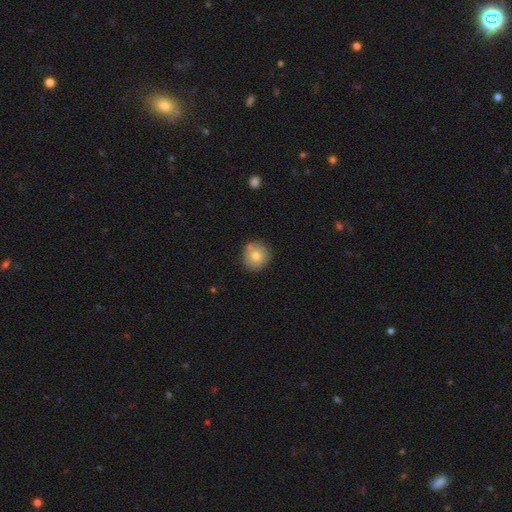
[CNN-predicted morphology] Smooth or featured? smooth (76%)
How rounded? round (93%)
Merging? none (80%)